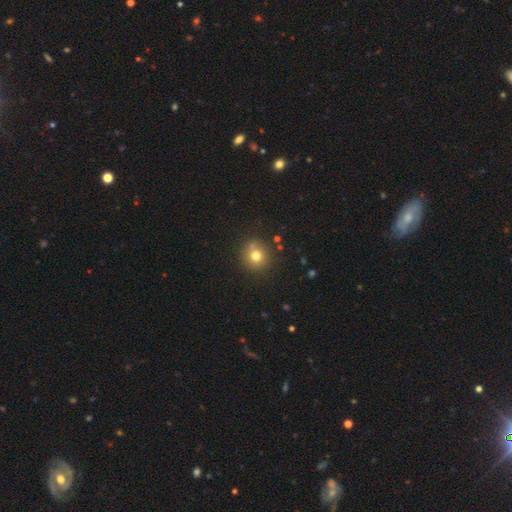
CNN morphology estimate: Smooth or featured? Predicted: smooth (p=0.75). How rounded? Predicted: round (p=0.90). Merging? Predicted: none (p=0.78).